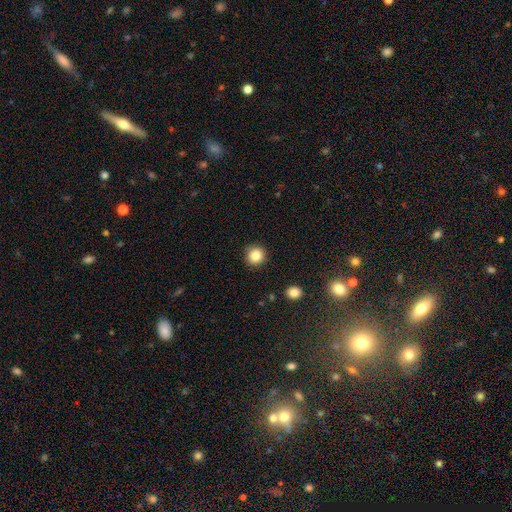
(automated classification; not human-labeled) Smooth or featured? Predicted: smooth (p=0.84). How rounded? Predicted: round (p=0.93). Merging? Predicted: none (p=0.90).